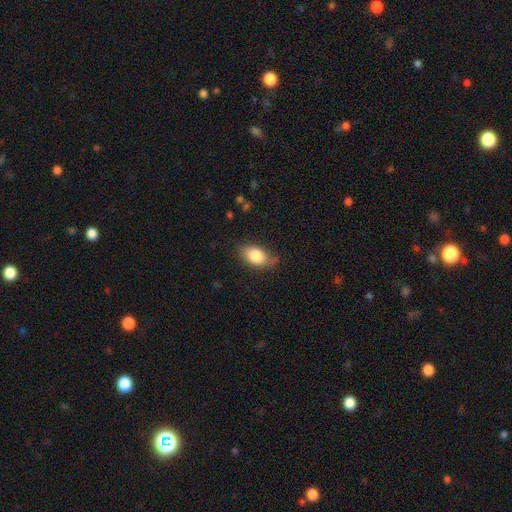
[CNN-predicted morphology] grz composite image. It shows a smooth galaxy with no disk features (82%) that is in between round and cigar-shaped (90%). Merging: none (74%).